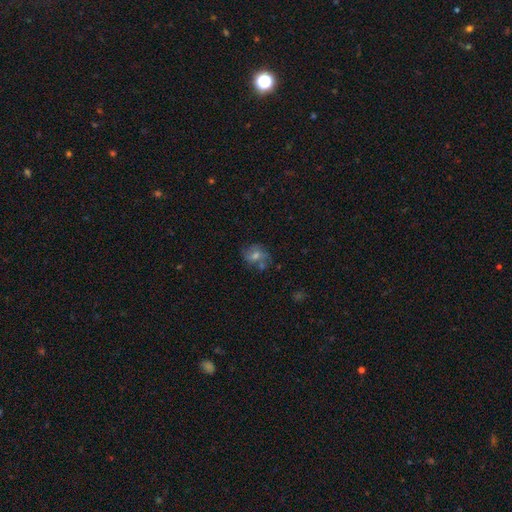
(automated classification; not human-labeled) Morphology: type=smooth (45%); merging=none (66%).